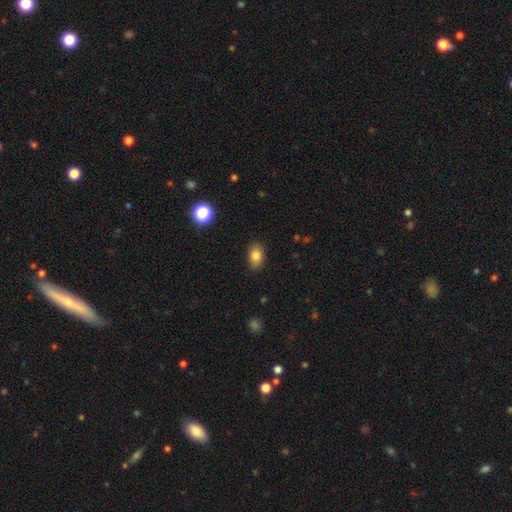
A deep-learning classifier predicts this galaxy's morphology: A smooth galaxy with no disk features (83%) that is in between round and cigar-shaped (84%).

Vote fractions:
- Smooth or featured? smooth: 83% / star or artifact: 9% / featured or disk: 7%
- How rounded? in between: 84% / round: 14% / cigar-shaped: 1%
- Merging? none: 87% / minor disturbance: 10% / major disturbance: 2% / merger: 1%